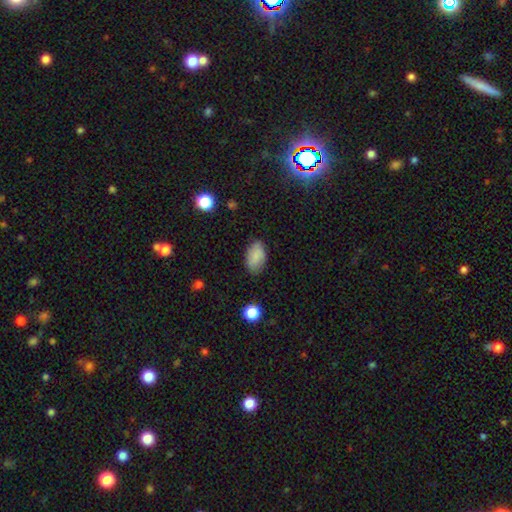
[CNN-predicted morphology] smooth_or_featured: smooth (p=0.84) [alt: featured or disk p=0.08]
how_rounded: in between (p=0.93) [alt: round p=0.06]
merging: none (p=0.80) [alt: minor disturbance p=0.15]